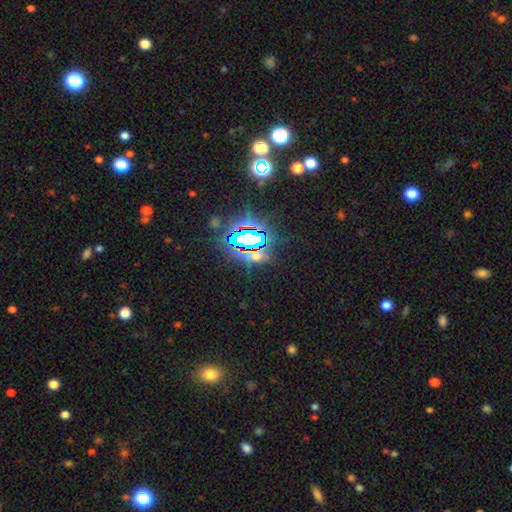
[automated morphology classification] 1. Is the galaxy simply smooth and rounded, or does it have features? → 70% star or artifact, 19% smooth, 11% featured or disk.